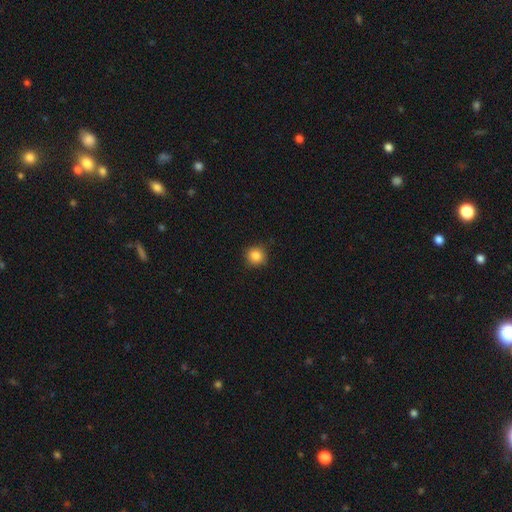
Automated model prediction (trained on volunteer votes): smooth 84%, star or artifact 10%, featured or disk 6%. Down the decision tree: how rounded — round (92%); merging — none (89%).